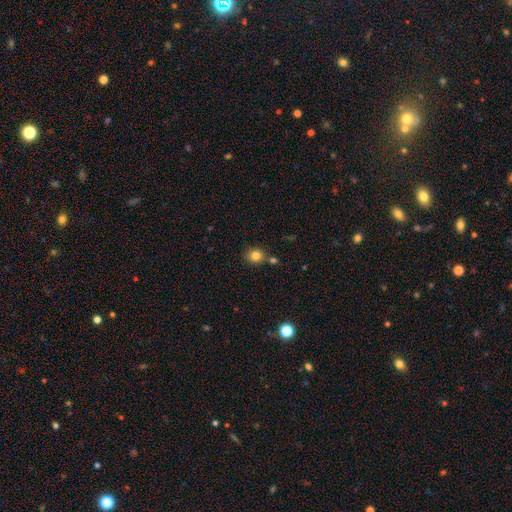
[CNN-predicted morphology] A smooth galaxy with no disk features (82%) that is round (76%). Merging: none (74%).